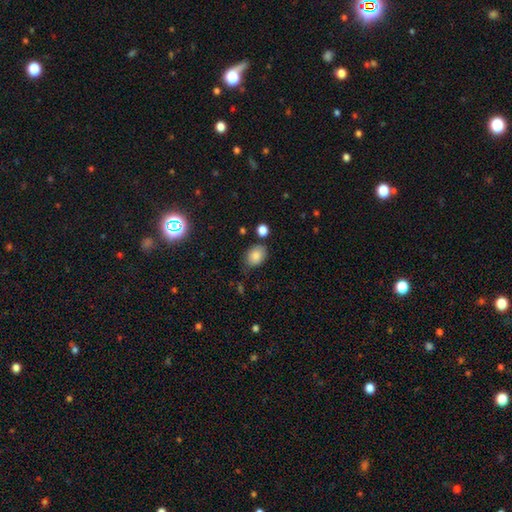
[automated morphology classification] Smooth or featured: smooth — 84% (star or artifact — 10%)
How rounded: in between — 71% (round — 28%)
Merging: none — 74% (minor disturbance — 17%)